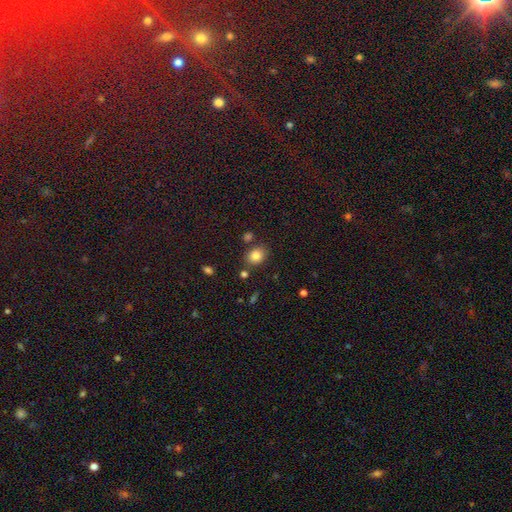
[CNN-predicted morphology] A smooth galaxy with no disk features (83%) that is in between round and cigar-shaped (52%). Merging: none (78%).